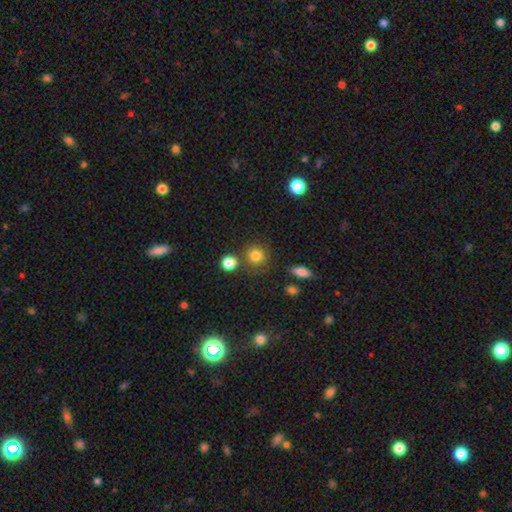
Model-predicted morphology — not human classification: Smooth or featured? smooth (81%)
How rounded? round (89%)
Merging? none (76%)